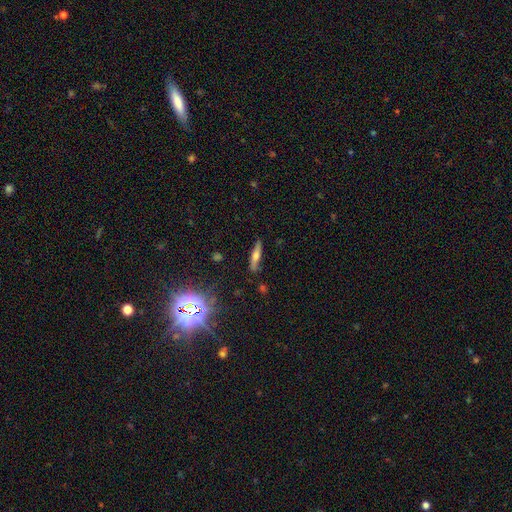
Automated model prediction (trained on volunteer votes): This is possibly a smooth galaxy (46%). Merging: clearly none (84%).